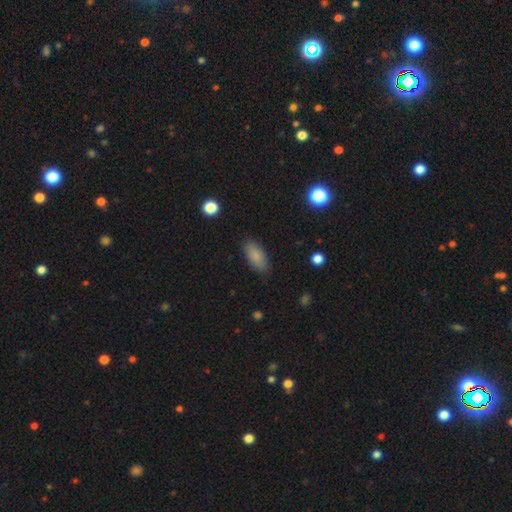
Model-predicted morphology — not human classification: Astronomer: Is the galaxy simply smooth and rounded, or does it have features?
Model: smooth — 86%.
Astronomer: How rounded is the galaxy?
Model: in between — 85%.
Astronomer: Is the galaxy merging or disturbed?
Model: none — 85%.